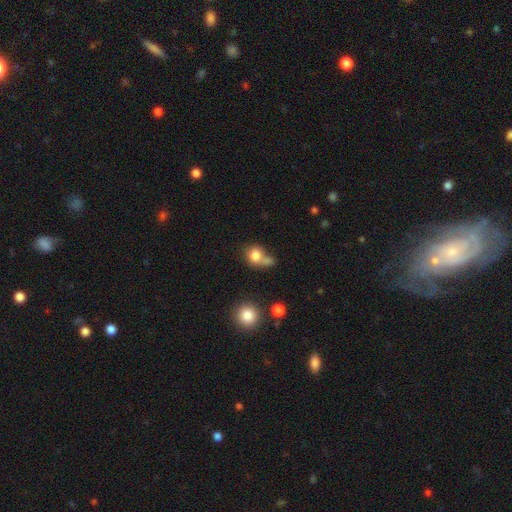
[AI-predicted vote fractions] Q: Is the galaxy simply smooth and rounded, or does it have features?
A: smooth — 80%.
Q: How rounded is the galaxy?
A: round — 71%.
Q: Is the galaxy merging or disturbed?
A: none — 40%.